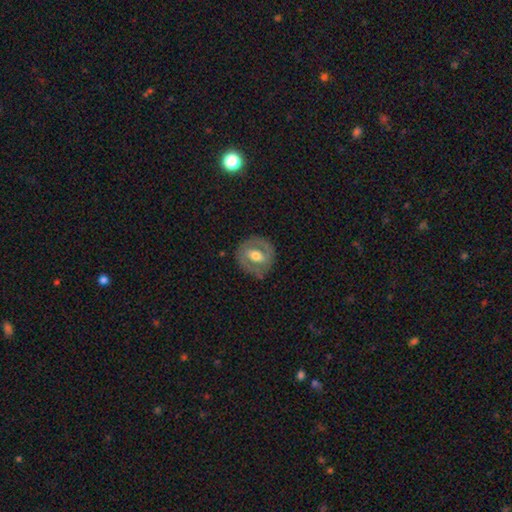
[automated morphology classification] featured or disk 60%, smooth 34%, star or artifact 6%. Down the decision tree: edge-on disk — no (95%); bar — weak (41%); spiral arms — no (56%); bulge size — moderate (71%); merging — none (79%).